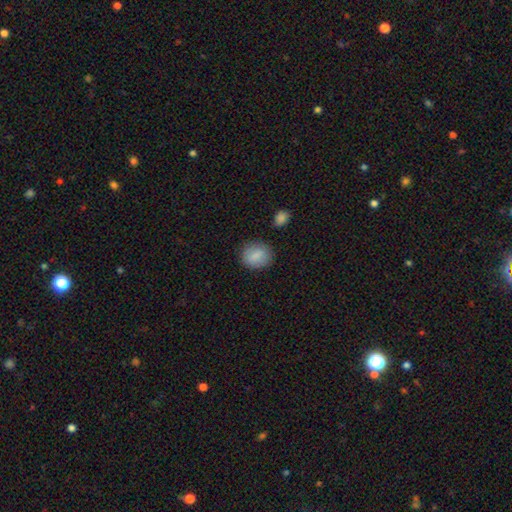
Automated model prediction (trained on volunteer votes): Q: Smooth or featured?
A: smooth (82%); runner-up: featured or disk (10%)
Q: How rounded?
A: round (57%); runner-up: in between (42%)
Q: Merging?
A: none (82%); runner-up: minor disturbance (12%)